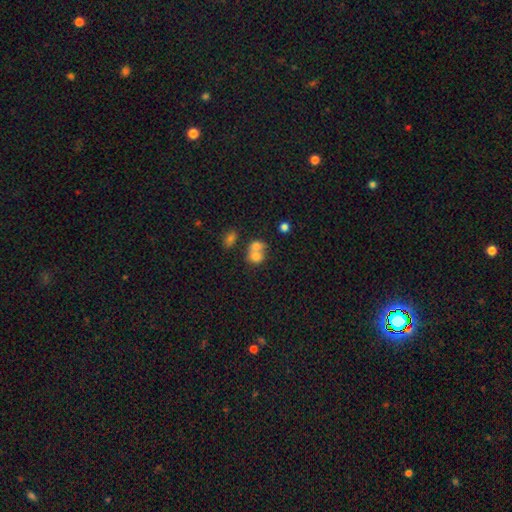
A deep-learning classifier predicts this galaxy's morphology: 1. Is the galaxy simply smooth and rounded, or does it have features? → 74% smooth, 16% featured or disk, 11% star or artifact.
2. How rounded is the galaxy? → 58% round, 41% in between, 1% cigar-shaped.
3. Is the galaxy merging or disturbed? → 65% merger, 24% none, 7% minor disturbance, 4% major disturbance.